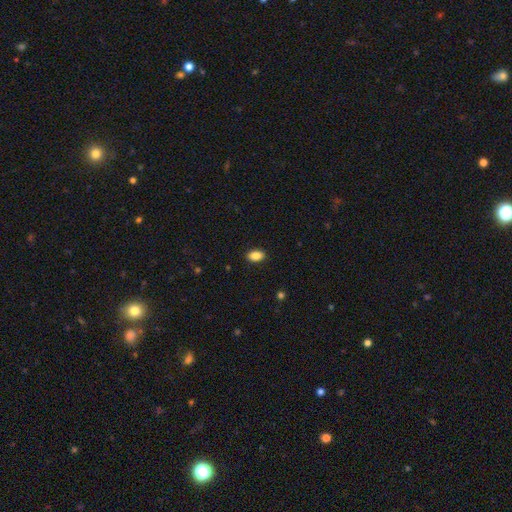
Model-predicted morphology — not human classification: Q: Smooth or featured?
A: smooth (87%); runner-up: star or artifact (8%)
Q: How rounded?
A: in between (90%); runner-up: round (7%)
Q: Merging?
A: none (89%); runner-up: minor disturbance (8%)